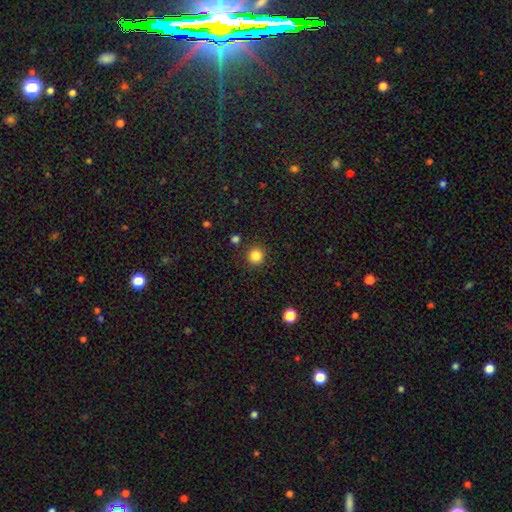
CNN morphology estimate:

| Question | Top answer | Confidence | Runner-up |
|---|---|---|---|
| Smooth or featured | smooth | 84% | star or artifact (12%) |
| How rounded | round | 93% | in between (6%) |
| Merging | none | 90% | minor disturbance (6%) |